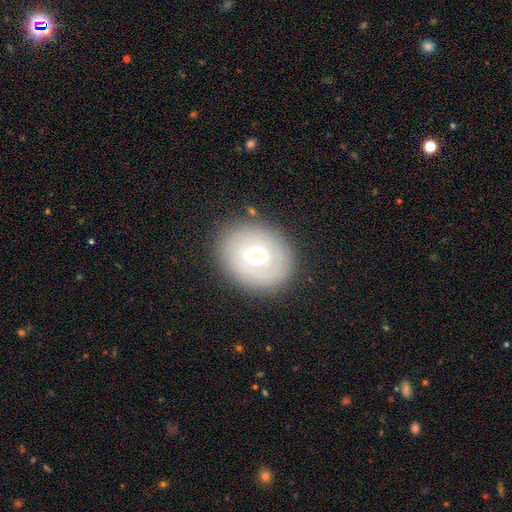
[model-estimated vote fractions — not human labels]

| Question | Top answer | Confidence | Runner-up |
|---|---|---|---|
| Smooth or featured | smooth | 47% | featured or disk (44%) |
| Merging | none | 82% | minor disturbance (11%) |